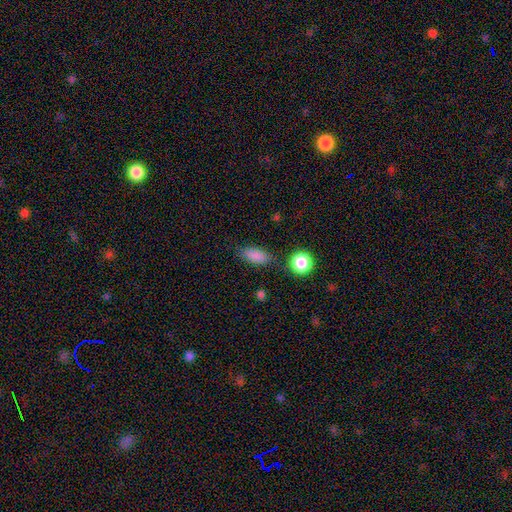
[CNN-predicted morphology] A smooth galaxy with no disk features (85%) that is in between round and cigar-shaped (84%).

Vote fractions:
- Smooth or featured? smooth: 85% / star or artifact: 10% / featured or disk: 6%
- How rounded? in between: 84% / cigar-shaped: 9% / round: 8%
- Merging? none: 76% / minor disturbance: 15% / major disturbance: 5% / merger: 4%